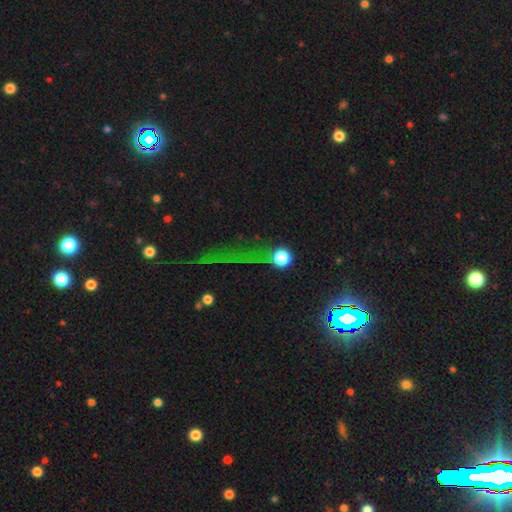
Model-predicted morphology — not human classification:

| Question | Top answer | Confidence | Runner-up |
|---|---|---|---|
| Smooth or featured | star or artifact | 70% | smooth (16%) |